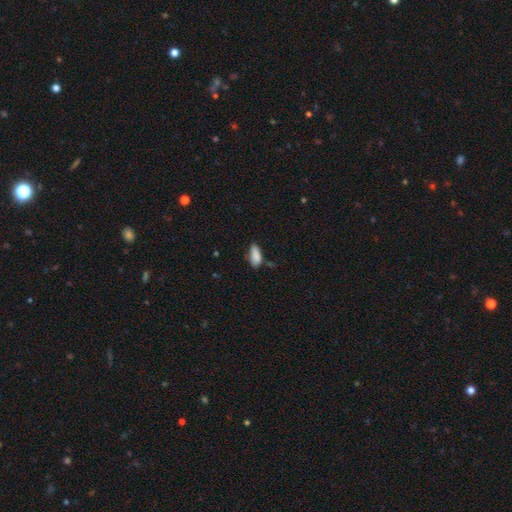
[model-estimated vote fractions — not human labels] Smooth or featured? smooth (87%)
How rounded? in between (78%)
Merging? none (63%)